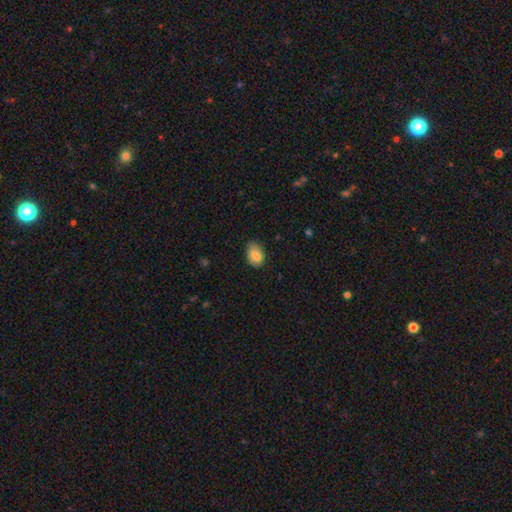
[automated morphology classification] smooth 86%, star or artifact 8%, featured or disk 7%. Down the decision tree: how rounded — in between (81%); merging — none (63%).